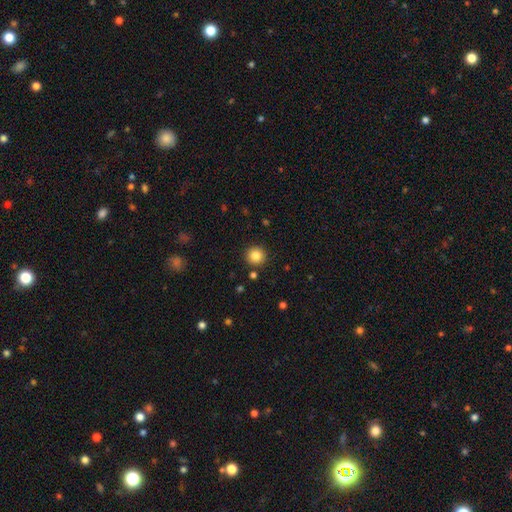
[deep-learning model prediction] Smooth or featured? smooth (84%)
How rounded? round (94%)
Merging? none (90%)